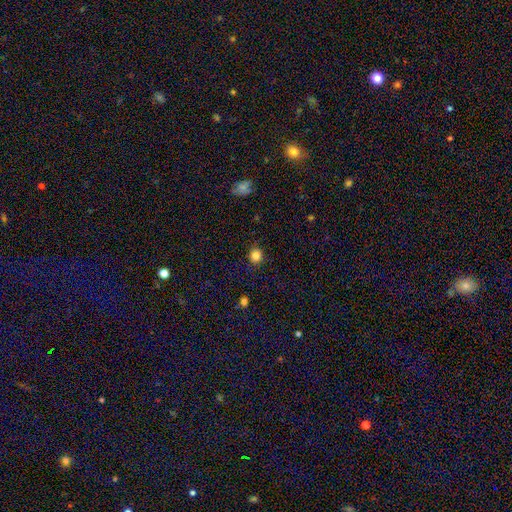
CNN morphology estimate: smooth_or_featured: smooth (p=0.83) [alt: star or artifact p=0.12]
how_rounded: round (p=0.84) [alt: in between p=0.15]
merging: none (p=0.86) [alt: minor disturbance p=0.10]